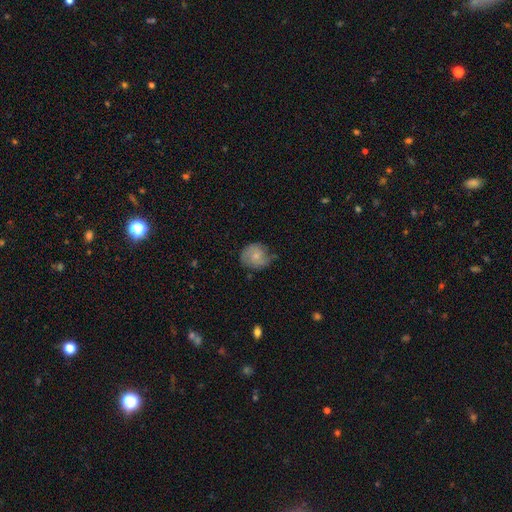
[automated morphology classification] smooth-or-featured: smooth: 54% | featured or disk: 39% | star or artifact: 7%
  how-rounded: round: 75% | in between: 24% | cigar-shaped: 1%
  merging: none: 59% | minor disturbance: 30% | major disturbance: 9% | merger: 2%